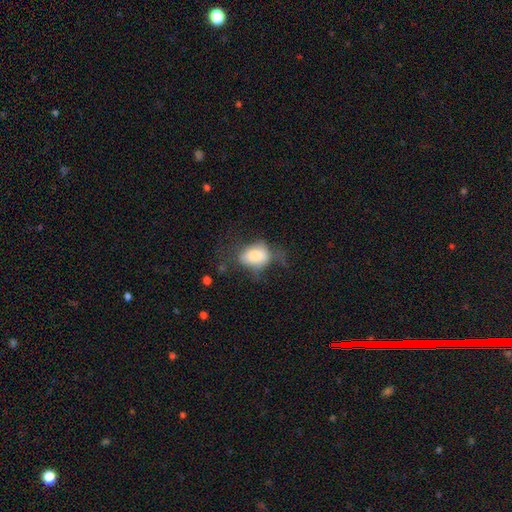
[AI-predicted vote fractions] Q: Smooth or featured?
A: smooth (72%); runner-up: featured or disk (19%)
Q: How rounded?
A: in between (75%); runner-up: round (24%)
Q: Merging?
A: none (33%); tied with: major disturbance (33%)